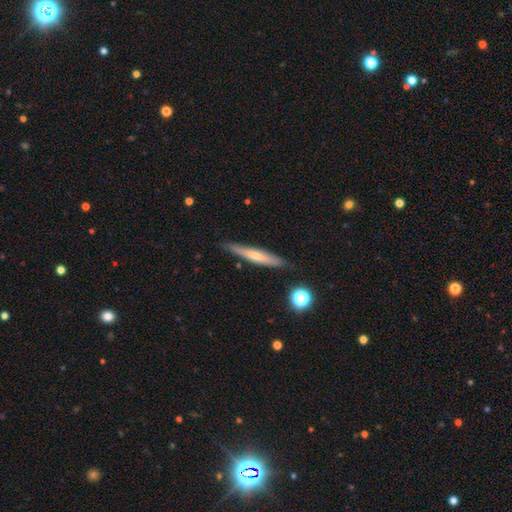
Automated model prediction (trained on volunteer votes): Smooth or featured? Predicted: smooth (p=0.50). How rounded? Predicted: cigar-shaped (p=0.93). Merging? Predicted: none (p=0.85).